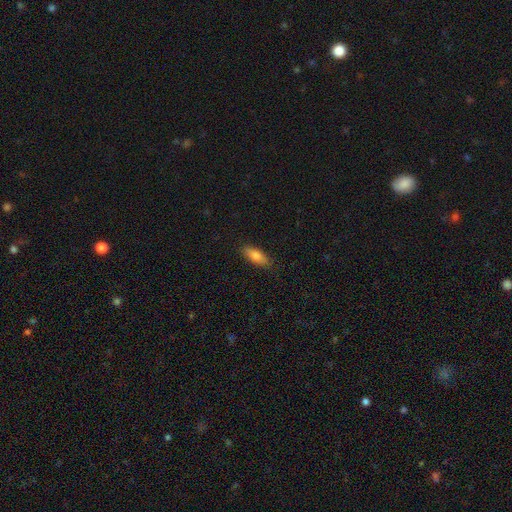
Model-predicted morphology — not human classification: Smooth or featured? smooth (81%)
How rounded? in between (70%)
Merging? none (86%)